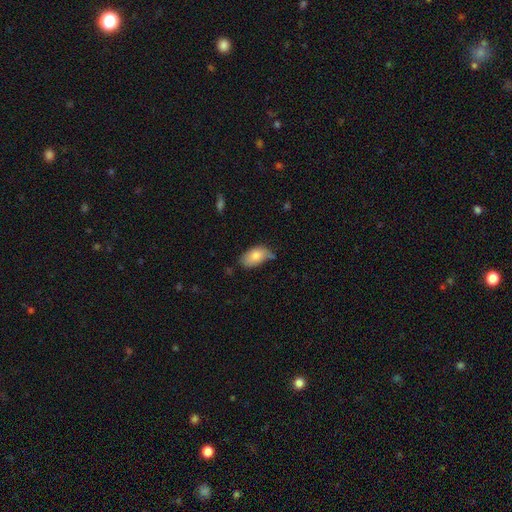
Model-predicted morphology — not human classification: smooth-or-featured: smooth: 79% | featured or disk: 14% | star or artifact: 7%
  how-rounded: in between: 93% | round: 5% | cigar-shaped: 2%
  merging: none: 55% | minor disturbance: 33% | major disturbance: 7% | merger: 5%